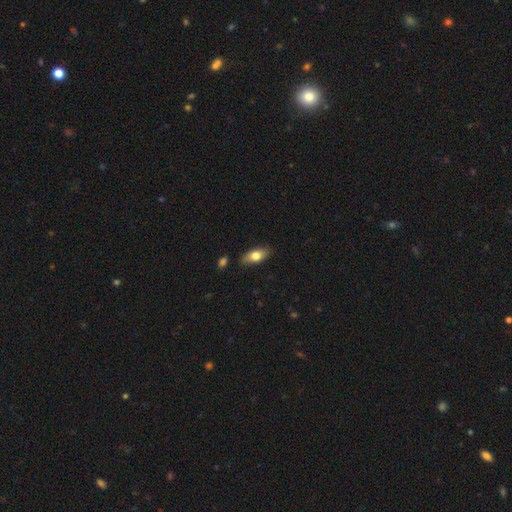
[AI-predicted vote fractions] Smooth or featured? Predicted: smooth (p=0.75). How rounded? Predicted: in between (p=0.83). Merging? Predicted: none (p=0.84).